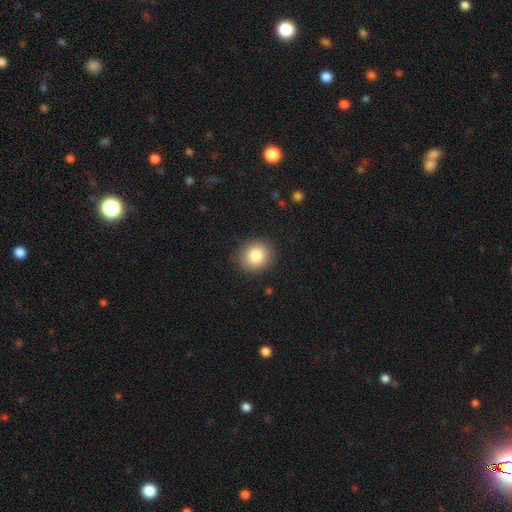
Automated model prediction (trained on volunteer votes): This appears to be a smooth galaxy with no disk features (83%) that is round (83%). Merging: none (89%).